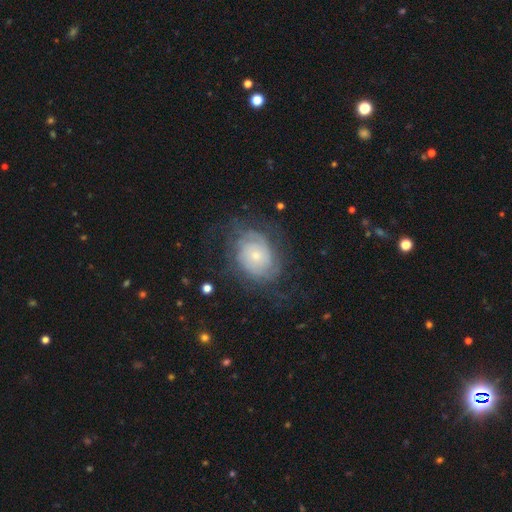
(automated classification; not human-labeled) A featured or disk galaxy (70%) with no bar (81%), tight (62%) spiral arms (86%) and a small central bulge (69%).

Vote fractions:
- Smooth or featured? featured or disk: 70% / smooth: 22% / star or artifact: 8%
- Edge-on disk? no: 97% / yes: 3%
- Bar? no: 81% / weak: 16% / strong: 3%
- Spiral arms? yes: 86% / no: 14%
- Spiral winding? tight: 62% / medium: 26% / loose: 12%
- Spiral arm count? can't tell: 50% / 2: 21% / 3: 11% / 4: 8% / 1: 5% / more than 4: 5%
- Bulge size? small: 69% / moderate: 23% / large: 4% / none: 3% / dominant: 2%
- Merging? none: 63% / minor disturbance: 19% / major disturbance: 17% / merger: 1%